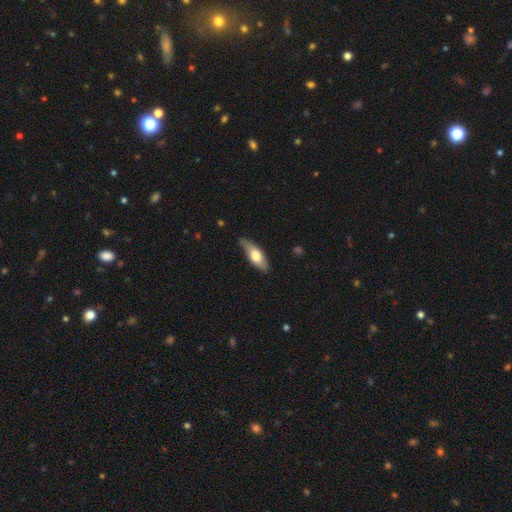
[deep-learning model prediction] Smooth or featured: smooth — 65% (featured or disk — 30%)
How rounded: in between — 66% (cigar-shaped — 32%)
Merging: none — 70% (minor disturbance — 24%)